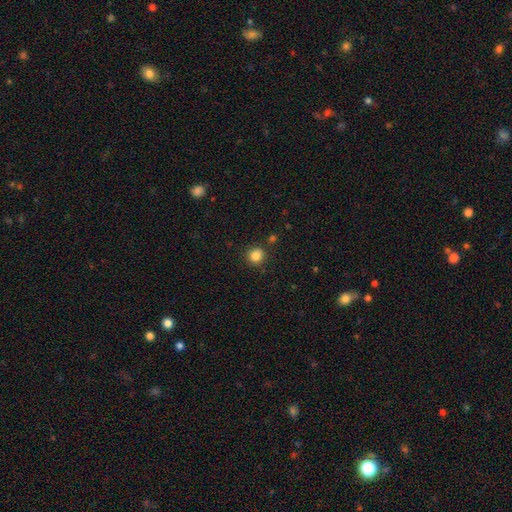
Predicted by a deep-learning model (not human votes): smooth 84%, star or artifact 12%, featured or disk 4%. Down the decision tree: how rounded — round (88%); merging — none (85%).